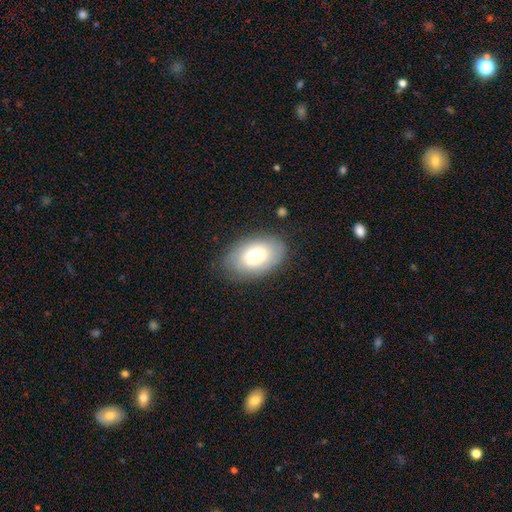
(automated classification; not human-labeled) This is likely a smooth galaxy (67%). How rounded: clearly in between (90%). Merging: likely none (76%).